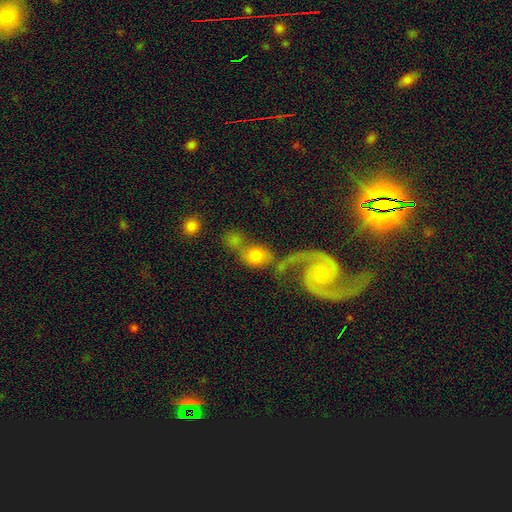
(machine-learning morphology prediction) Q: Smooth or featured?
A: smooth (55%); runner-up: featured or disk (35%)
Q: How rounded?
A: round (57%); runner-up: in between (40%)
Q: Merging?
A: merger (48%); runner-up: none (27%)